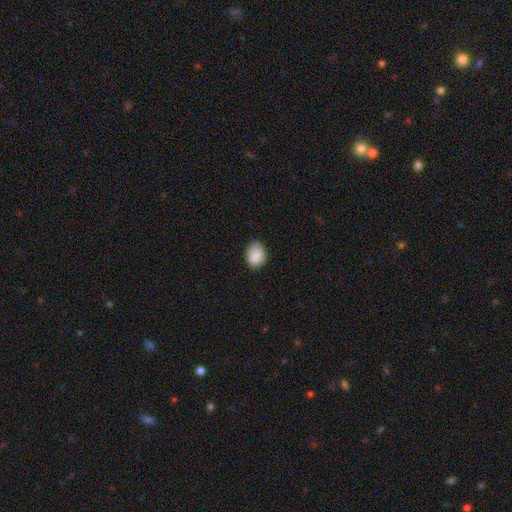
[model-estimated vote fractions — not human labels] Smooth or featured? Predicted: smooth (p=0.86). How rounded? Predicted: in between (p=0.59). Merging? Predicted: none (p=0.75).